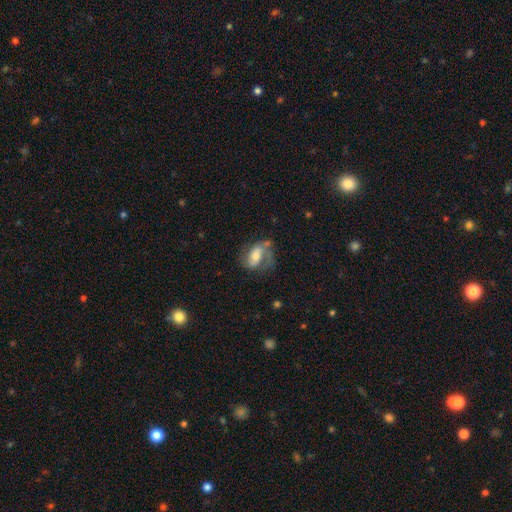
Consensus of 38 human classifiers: Volunteers were most divided on "spiral winding": medium: 40%, tight: 32%, loose: 28%. Remaining: edge-on disk — no (96%); spiral arms — yes (93%); smooth or featured — featured or disk (74%); spiral arm count — 2 (72%); bar — weak (63%); merging — none (56%); bulge size — small (48%).